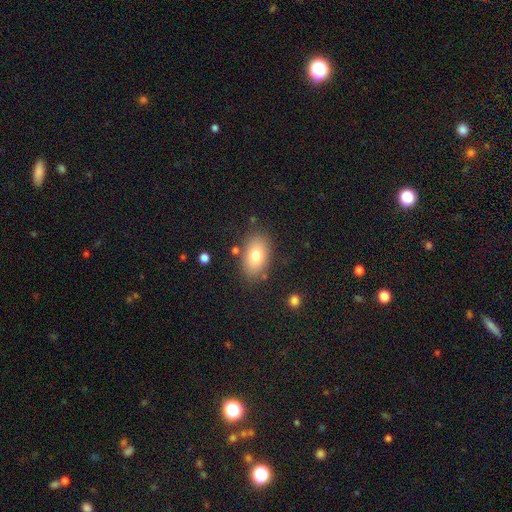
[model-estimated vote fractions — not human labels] Smooth or featured?
  - smooth: 77% *
  - featured or disk: 15%
  - star or artifact: 9%
How rounded?
  - in between: 89% *
  - round: 10%
  - cigar-shaped: 2%
Merging?
  - none: 81% *
  - minor disturbance: 12%
  - merger: 4%
  - major disturbance: 4%